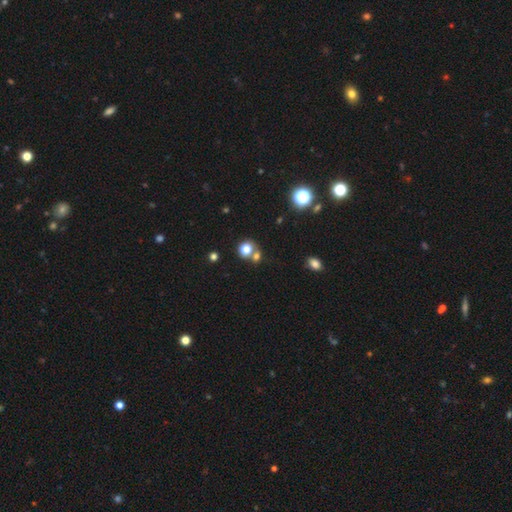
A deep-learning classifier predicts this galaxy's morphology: A smooth galaxy with no disk features (74%) that is round (82%). Merging: none (53%).